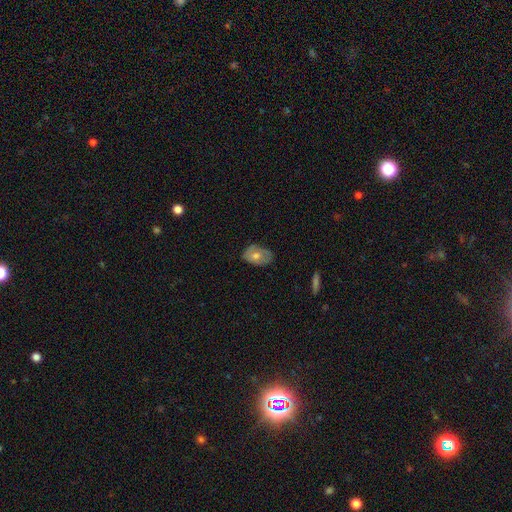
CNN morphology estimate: type=smooth (57%); roundness=in between (83%); merging=none (65%).